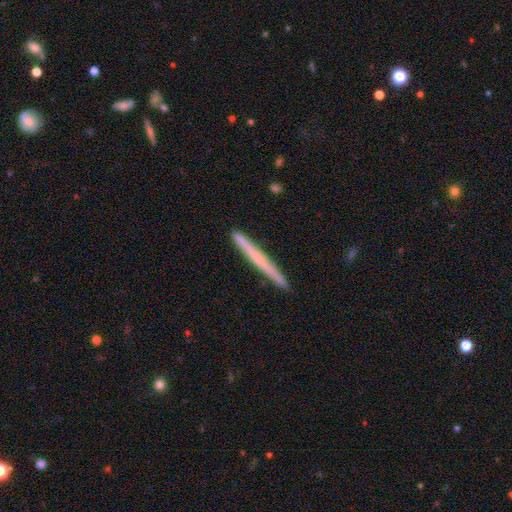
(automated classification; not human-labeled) The model was most divided on "smooth or featured": smooth: 48%, featured or disk: 46%, star or artifact: 6%. More confident: merging — none (91%).